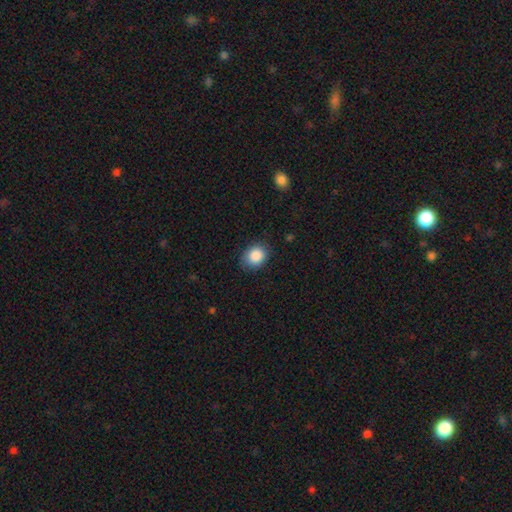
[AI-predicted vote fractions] A smooth galaxy with no disk features (87%) that is in between round and cigar-shaped (50%). Merging: none (82%).